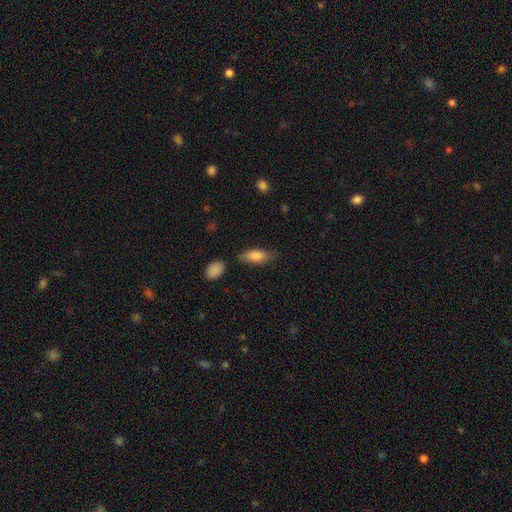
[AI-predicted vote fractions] smooth-or-featured: smooth: 81% | featured or disk: 13% | star or artifact: 6%
  how-rounded: in between: 77% | cigar-shaped: 21% | round: 2%
  merging: none: 74% | minor disturbance: 18% | merger: 4% | major disturbance: 4%